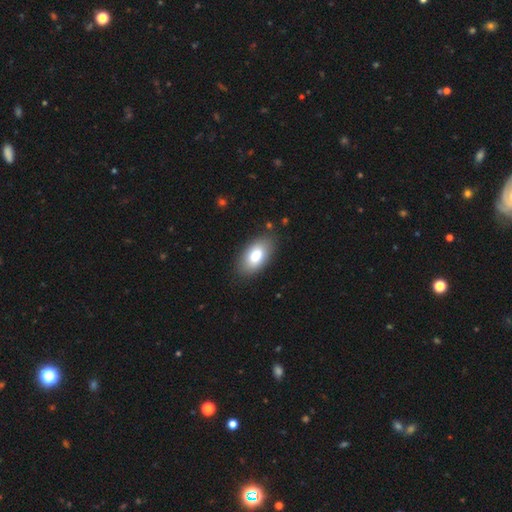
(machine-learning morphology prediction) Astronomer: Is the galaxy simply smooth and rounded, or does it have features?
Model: smooth — 80%.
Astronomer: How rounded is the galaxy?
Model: in between — 94%.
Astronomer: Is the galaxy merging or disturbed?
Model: none — 84%.